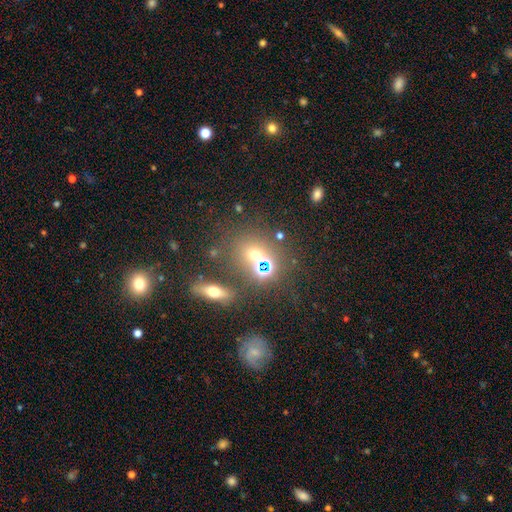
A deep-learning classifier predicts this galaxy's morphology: Q: Smooth or featured?
A: smooth (47%); runner-up: star or artifact (40%)
Q: Merging?
A: none (67%); runner-up: merger (18%)